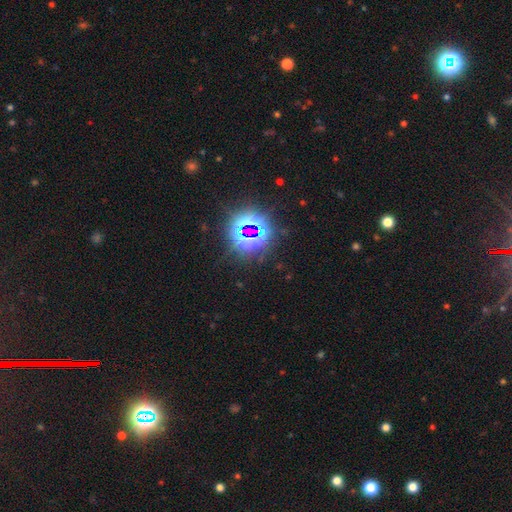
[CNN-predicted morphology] Q: Smooth or featured?
A: star or artifact (84%); runner-up: smooth (9%)